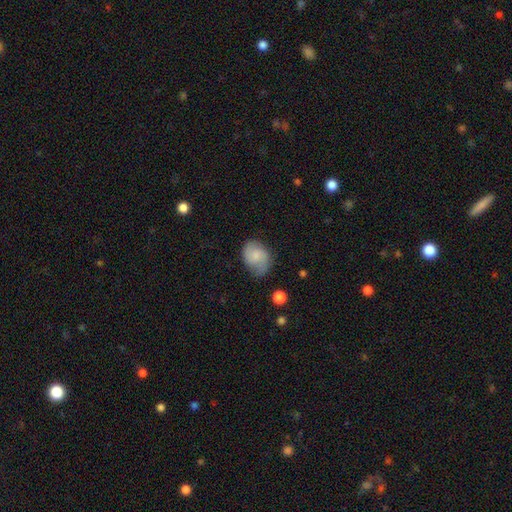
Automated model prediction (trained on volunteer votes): smooth 50%, featured or disk 42%, star or artifact 8%. Down the decision tree: how rounded — in between (63%); merging — none (60%).